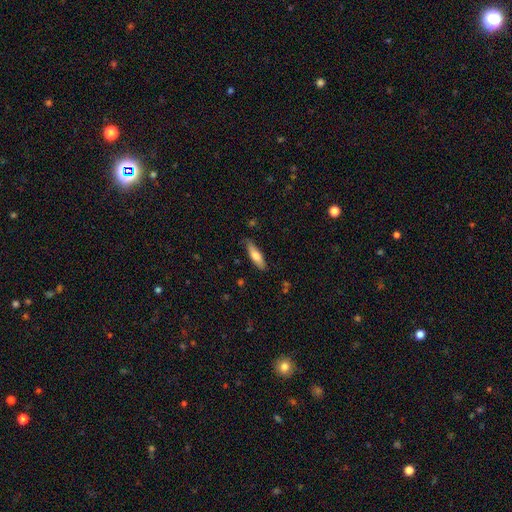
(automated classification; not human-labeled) Smooth or featured? Predicted: smooth (p=0.68). How rounded? Predicted: cigar-shaped (p=0.61). Merging? Predicted: none (p=0.80).